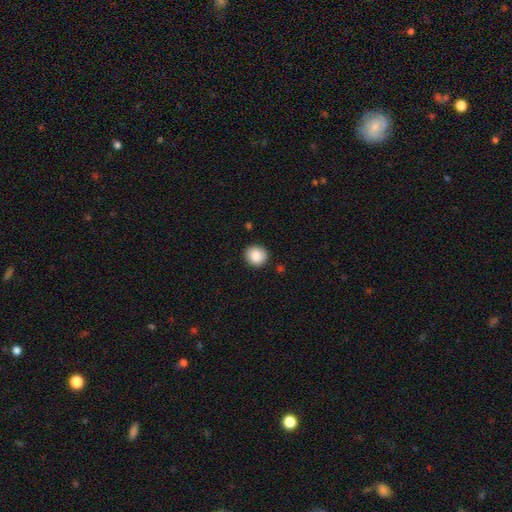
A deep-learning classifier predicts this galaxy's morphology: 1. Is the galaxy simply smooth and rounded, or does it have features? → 87% smooth, 8% star or artifact, 5% featured or disk.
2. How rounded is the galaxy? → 85% round, 14% in between, 1% cigar-shaped.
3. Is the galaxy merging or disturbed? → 88% none, 8% minor disturbance, 2% major disturbance, 1% merger.